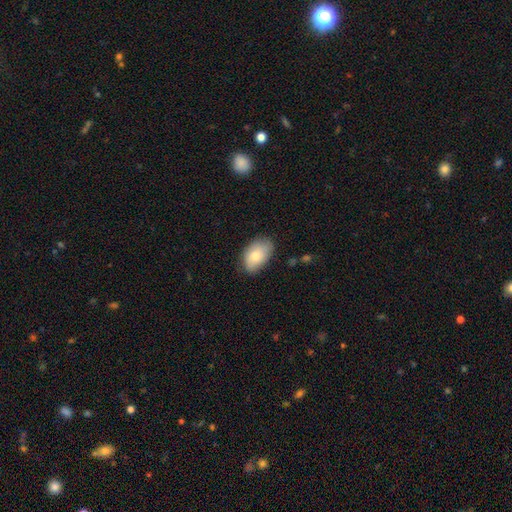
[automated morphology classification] This is clearly a smooth galaxy (80%). How rounded: clearly in between (91%). Merging: likely none (72%).